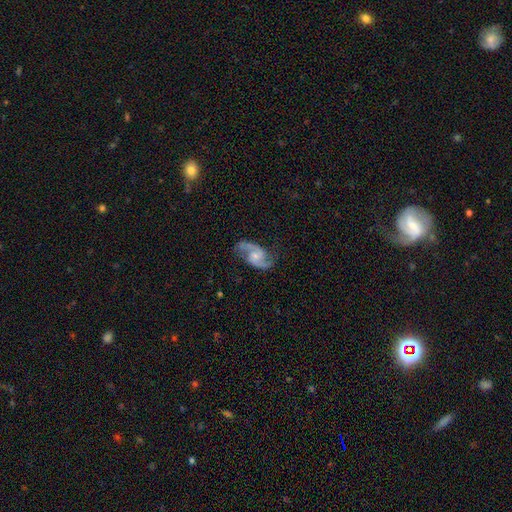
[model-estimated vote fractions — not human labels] A featured or disk galaxy (89%) with no bar (60%), 2 (94%) medium (52%) spiral arms (98%) and a small central bulge (54%). Merging: none (77%).